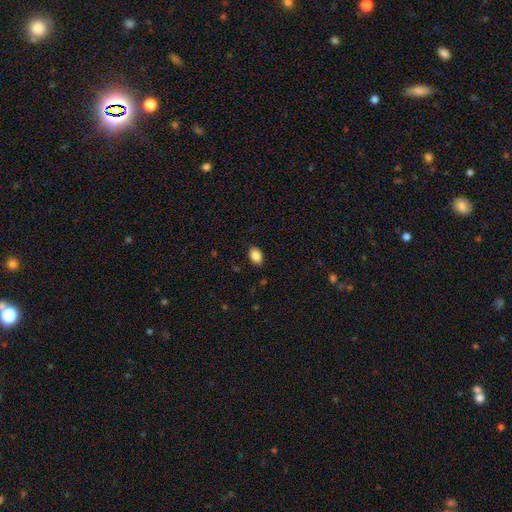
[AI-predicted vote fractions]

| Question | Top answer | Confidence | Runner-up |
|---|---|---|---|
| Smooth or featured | smooth | 87% | star or artifact (8%) |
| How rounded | in between | 86% | round (13%) |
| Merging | none | 88% | minor disturbance (9%) |